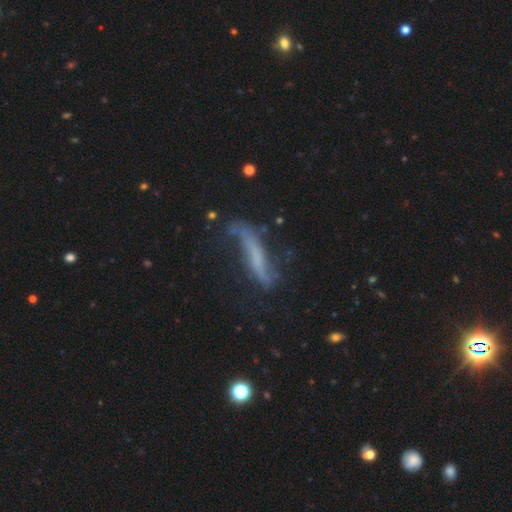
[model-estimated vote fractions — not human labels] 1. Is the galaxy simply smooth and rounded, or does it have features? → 64% featured or disk, 26% smooth, 11% star or artifact.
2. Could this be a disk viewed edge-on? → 55% no, 45% yes.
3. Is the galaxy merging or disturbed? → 50% none, 26% minor disturbance, 18% major disturbance, 6% merger.